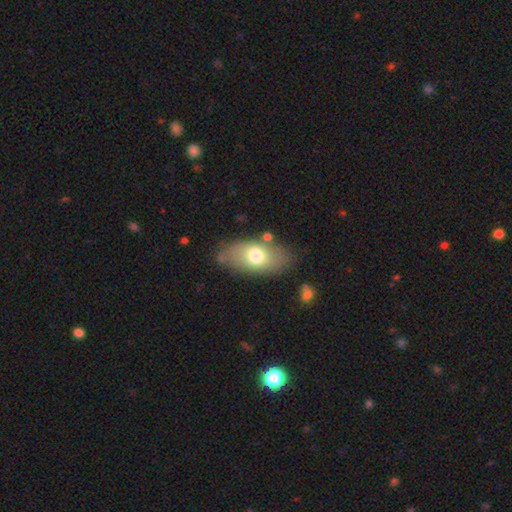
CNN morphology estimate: This is likely a smooth galaxy (68%). How rounded: clearly in between (90%). Merging: likely none (75%).